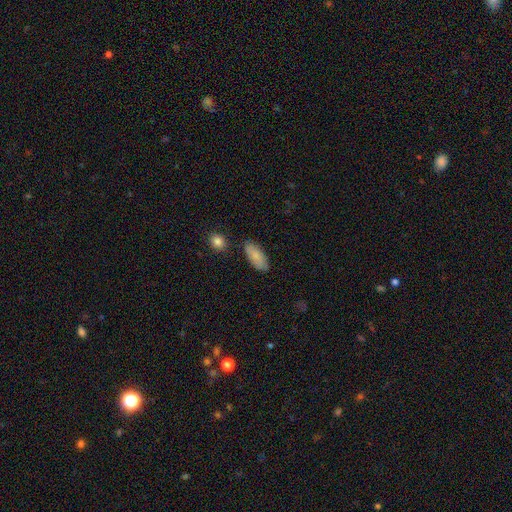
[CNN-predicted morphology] Smooth or featured?
  - smooth: 83% *
  - featured or disk: 10%
  - star or artifact: 6%
How rounded?
  - in between: 86% *
  - cigar-shaped: 12%
  - round: 2%
Merging?
  - none: 81% *
  - minor disturbance: 13%
  - merger: 3%
  - major disturbance: 3%